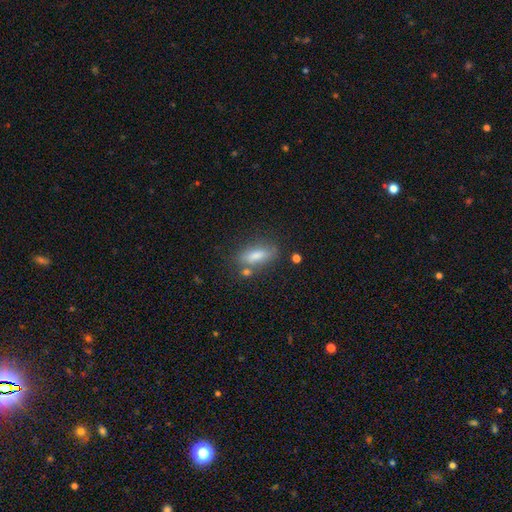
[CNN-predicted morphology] type=smooth (60%); roundness=in between (62%); merging=none (71%).